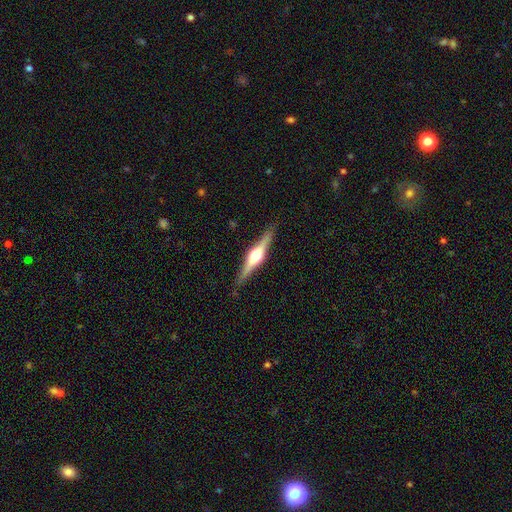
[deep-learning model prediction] The model was most divided on "smooth or featured": featured or disk: 78%, smooth: 17%, star or artifact: 5%. More confident: edge-on disk — yes (98%); edge-on bulge — rounded (92%); merging — none (89%).